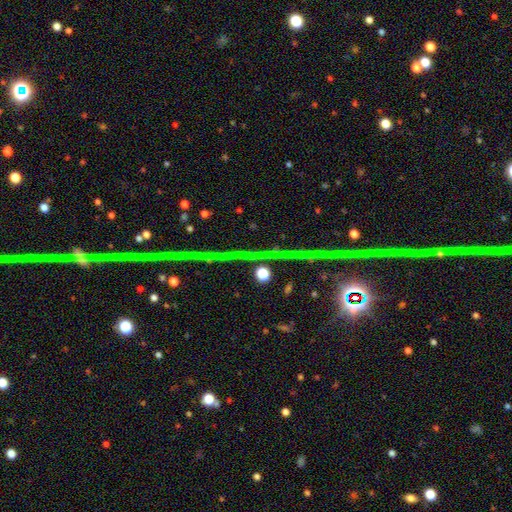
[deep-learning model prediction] This is likely a star or artifact rather than a galaxy (70%).